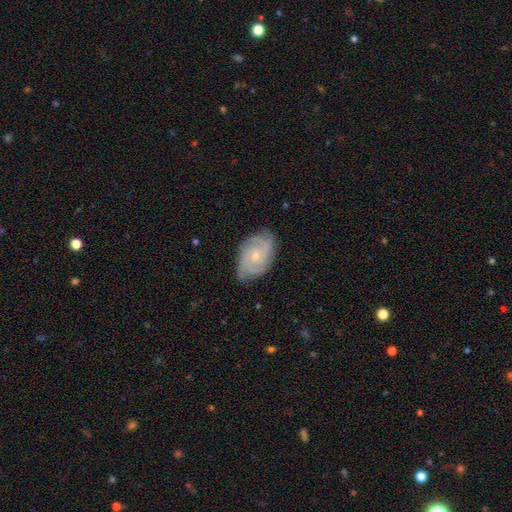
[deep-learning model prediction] A featured or disk galaxy (83%) with no bar (72%), 3 (34%) tight (64%) spiral arms (97%) and a small central bulge (67%).

Vote fractions:
- Smooth or featured? featured or disk: 83% / smooth: 11% / star or artifact: 6%
- Edge-on disk? no: 97% / yes: 3%
- Bar? no: 72% / weak: 24% / strong: 4%
- Spiral arms? yes: 97% / no: 3%
- Spiral winding? tight: 64% / medium: 31% / loose: 5%
- Spiral arm count? 3: 34% / 2: 26% / can't tell: 18% / 4: 12% / more than 4: 5% / 1: 5%
- Bulge size? small: 67% / moderate: 29% / none: 2% / large: 1% / dominant: 1%
- Merging? none: 78% / minor disturbance: 17% / major disturbance: 4% / merger: 1%